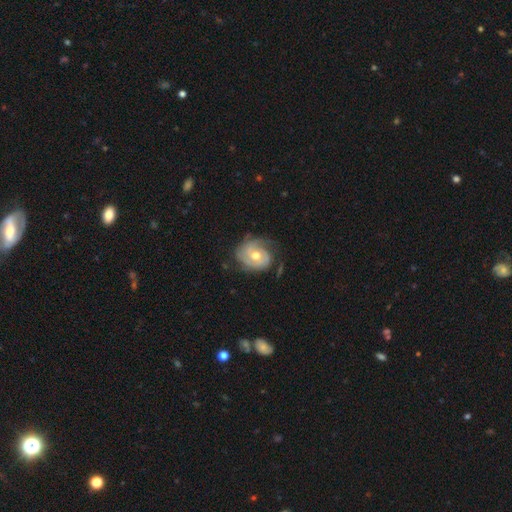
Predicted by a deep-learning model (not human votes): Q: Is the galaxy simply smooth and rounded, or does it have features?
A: featured or disk — 77%.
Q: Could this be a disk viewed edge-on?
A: no — 97%.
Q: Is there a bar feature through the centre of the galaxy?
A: no — 73%.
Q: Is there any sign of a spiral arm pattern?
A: yes — 88%.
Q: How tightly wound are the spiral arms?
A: tight — 64%.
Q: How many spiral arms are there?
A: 2 — 36%.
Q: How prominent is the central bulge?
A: moderate — 78%.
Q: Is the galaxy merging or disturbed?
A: none — 63%.